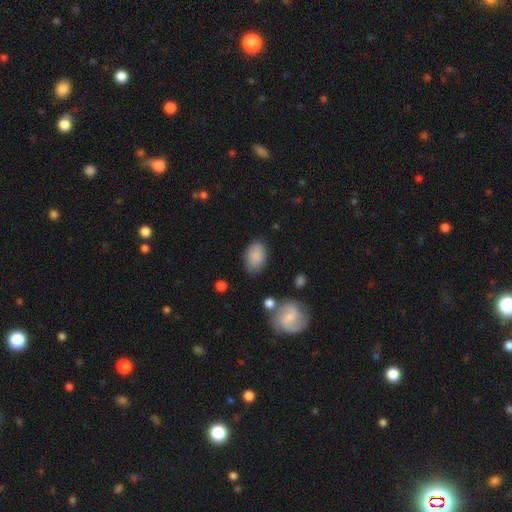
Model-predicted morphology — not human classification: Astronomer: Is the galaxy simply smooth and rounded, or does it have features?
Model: smooth — 84%.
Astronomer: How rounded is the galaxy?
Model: in between — 88%.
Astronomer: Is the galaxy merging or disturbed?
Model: none — 78%.